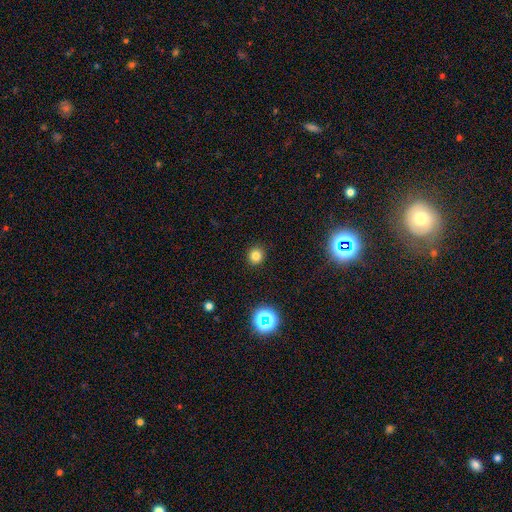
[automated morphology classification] type=smooth (79%); roundness=round (89%); merging=none (91%).